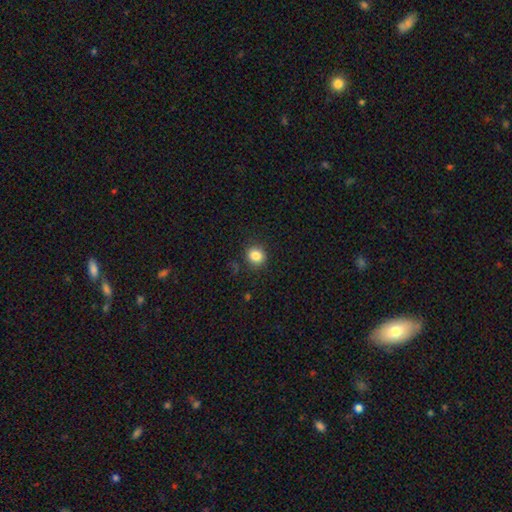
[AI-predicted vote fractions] A smooth galaxy with no disk features (84%) that is round (82%). Merging: none (87%).